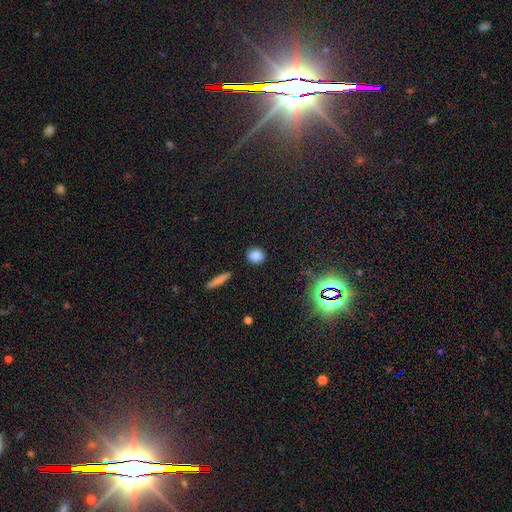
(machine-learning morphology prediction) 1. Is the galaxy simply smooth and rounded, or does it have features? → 85% smooth, 10% star or artifact, 5% featured or disk.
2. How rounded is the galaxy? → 75% round, 23% in between, 3% cigar-shaped.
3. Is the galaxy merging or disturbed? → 89% none, 7% minor disturbance, 2% major disturbance, 2% merger.